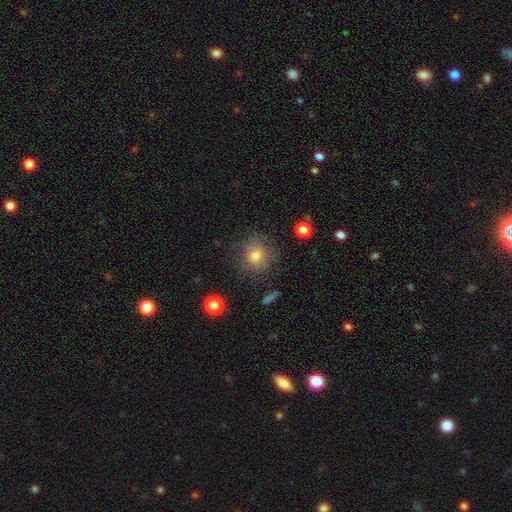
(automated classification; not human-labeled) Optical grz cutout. It shows a smooth galaxy with no disk features (70%) that is round (80%). Merging: none (71%).